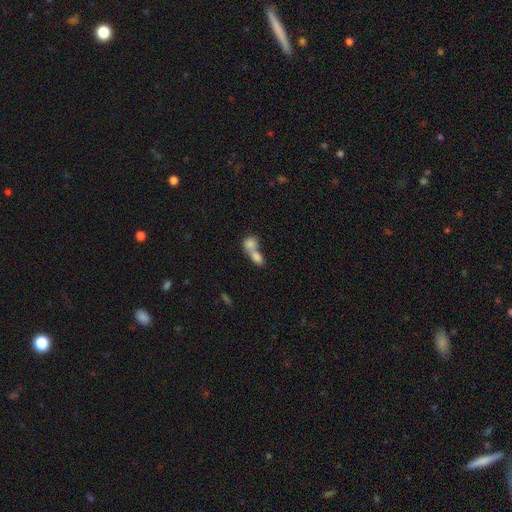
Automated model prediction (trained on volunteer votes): A smooth galaxy with no disk features (78%) that is in between round and cigar-shaped (67%).

Vote fractions:
- Smooth or featured? smooth: 78% / featured or disk: 13% / star or artifact: 8%
- How rounded? in between: 67% / round: 28% / cigar-shaped: 5%
- Merging? merger: 76% / none: 16% / minor disturbance: 5% / major disturbance: 3%